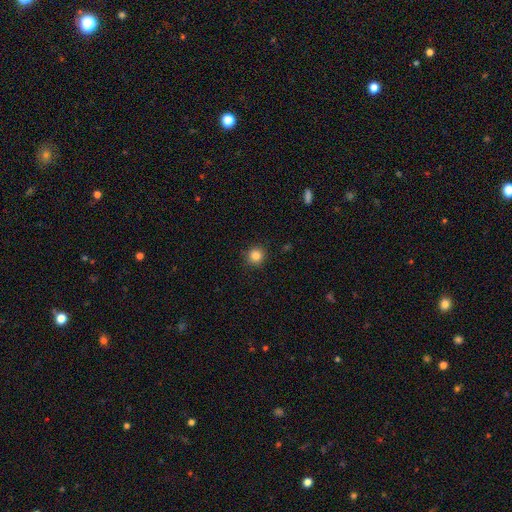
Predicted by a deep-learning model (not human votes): Overall: smooth (84%). How rounded: round (94%). Merging: none (91%).